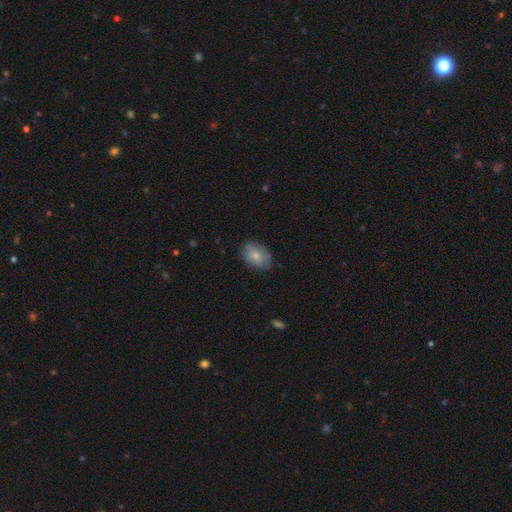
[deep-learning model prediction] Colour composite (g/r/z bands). It shows a smooth galaxy with no disk features (79%) that is in between round and cigar-shaped (84%). Merging: none (78%).